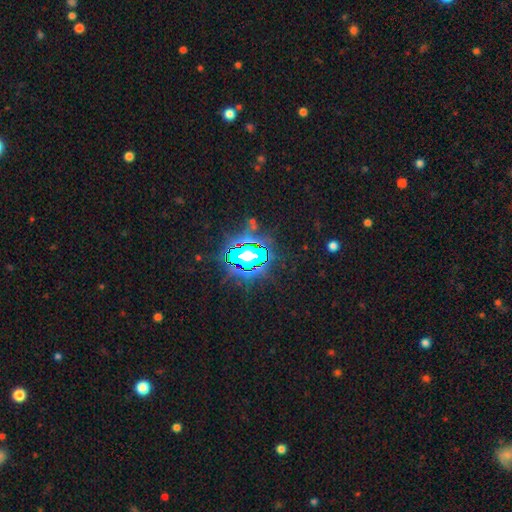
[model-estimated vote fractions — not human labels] Q: Smooth or featured?
A: star or artifact (83%); runner-up: smooth (10%)